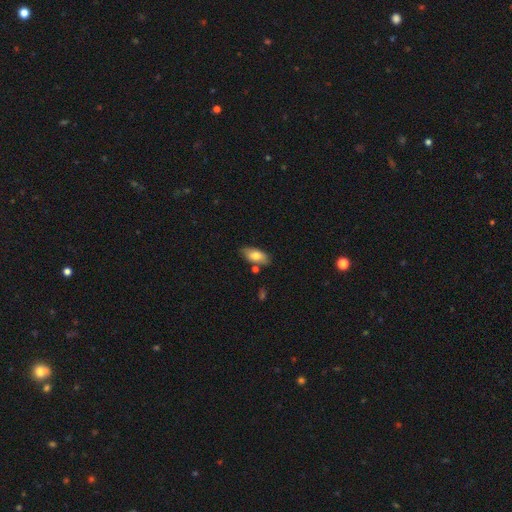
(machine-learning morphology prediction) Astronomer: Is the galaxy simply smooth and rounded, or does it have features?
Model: smooth — 76%.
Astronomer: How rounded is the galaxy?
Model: in between — 88%.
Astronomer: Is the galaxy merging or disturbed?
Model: none — 75%.